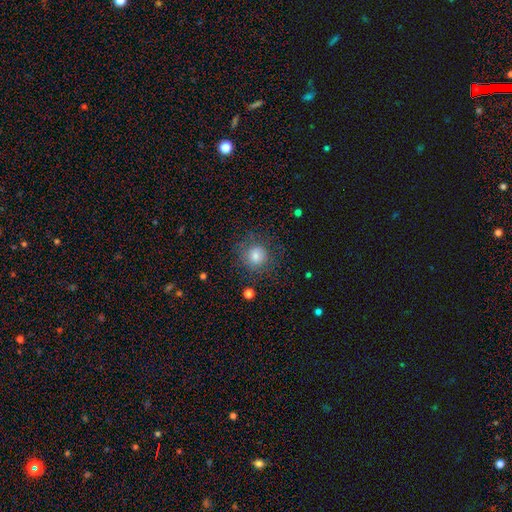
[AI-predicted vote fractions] This is likely a smooth galaxy (76%). How rounded: clearly round (90%). Merging: likely none (78%).